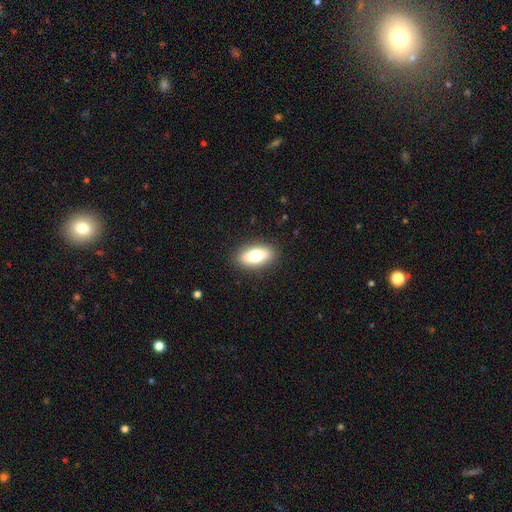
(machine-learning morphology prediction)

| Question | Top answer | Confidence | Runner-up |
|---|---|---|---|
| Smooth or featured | smooth | 74% | featured or disk (19%) |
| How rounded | in between | 85% | cigar-shaped (9%) |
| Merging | none | 89% | minor disturbance (8%) |